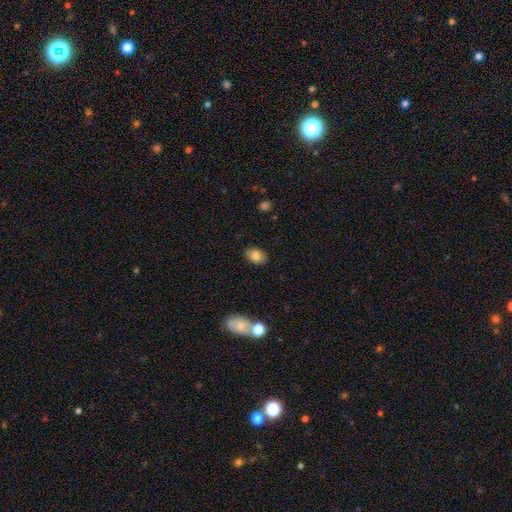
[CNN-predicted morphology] Q: Smooth or featured?
A: smooth (82%); runner-up: star or artifact (9%)
Q: How rounded?
A: in between (79%); runner-up: round (20%)
Q: Merging?
A: none (85%); runner-up: minor disturbance (10%)